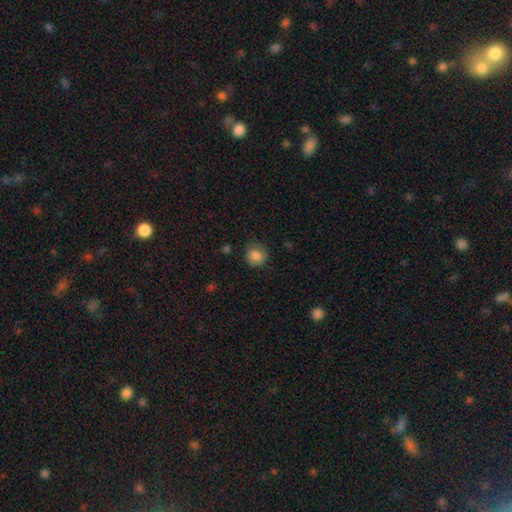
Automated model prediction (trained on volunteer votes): Smooth or featured? smooth (85%)
How rounded? round (88%)
Merging? none (79%)